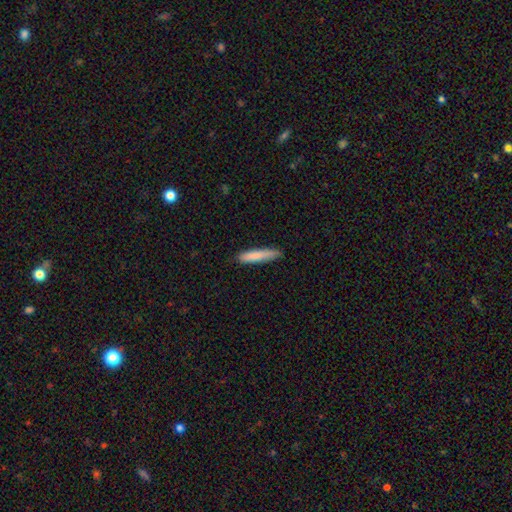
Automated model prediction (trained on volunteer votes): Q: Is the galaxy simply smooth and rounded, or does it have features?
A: smooth — 82%.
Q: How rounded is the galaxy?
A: cigar-shaped — 89%.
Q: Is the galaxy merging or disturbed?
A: none — 80%.